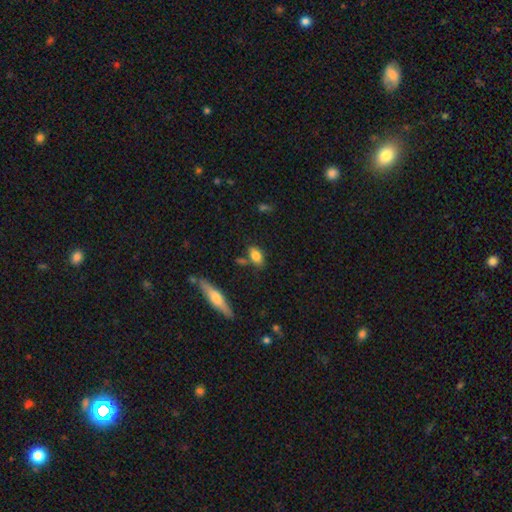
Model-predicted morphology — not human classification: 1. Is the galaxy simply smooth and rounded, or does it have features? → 79% smooth, 13% featured or disk, 8% star or artifact.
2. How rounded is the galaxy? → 82% in between, 10% round, 7% cigar-shaped.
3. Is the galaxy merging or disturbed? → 71% none, 17% minor disturbance, 9% merger, 4% major disturbance.